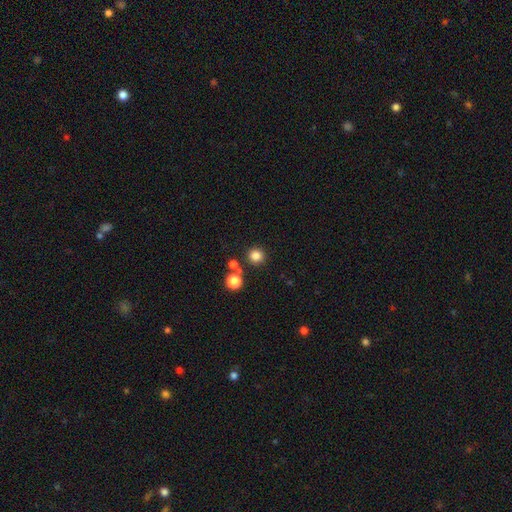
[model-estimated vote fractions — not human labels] This is clearly a smooth galaxy (82%). How rounded: clearly round (94%). Merging: clearly none (84%).